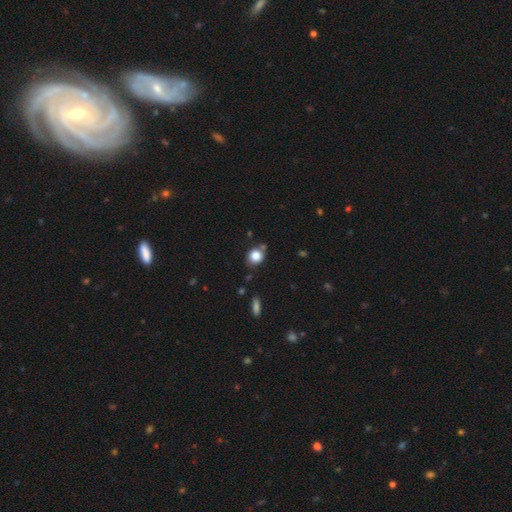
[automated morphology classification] A smooth galaxy with no disk features (83%) that is round (76%). Merging: none (76%).